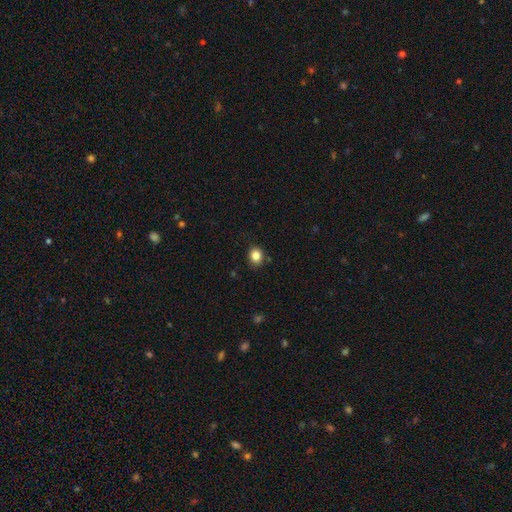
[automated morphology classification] smooth 84%, star or artifact 11%, featured or disk 6%. Down the decision tree: how rounded — round (65%); merging — none (85%).